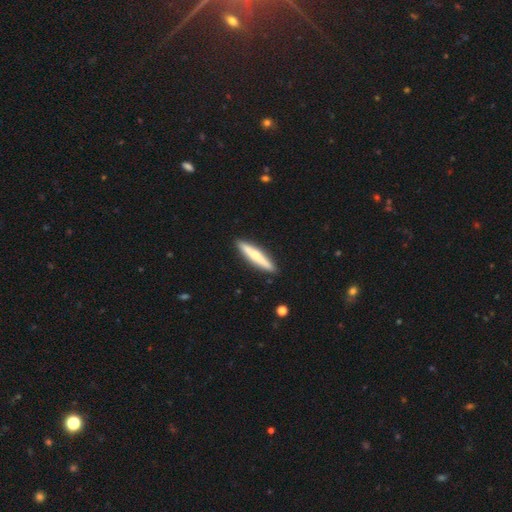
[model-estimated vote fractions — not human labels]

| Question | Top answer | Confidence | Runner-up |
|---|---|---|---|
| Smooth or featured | smooth | 50% | featured or disk (45%) |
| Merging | none | 91% | minor disturbance (6%) |